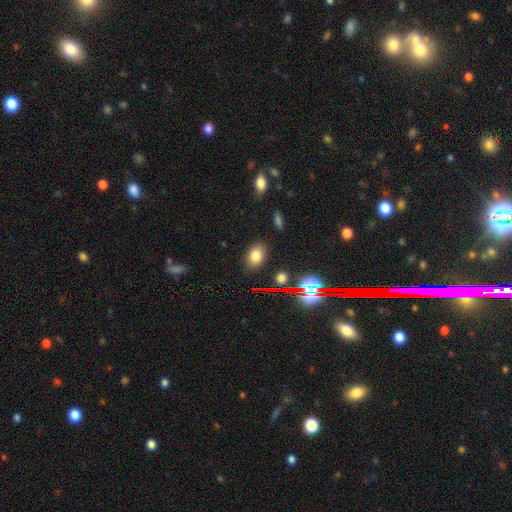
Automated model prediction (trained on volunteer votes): Morphology: type=smooth (74%); roundness=in between (81%); merging=none (85%).